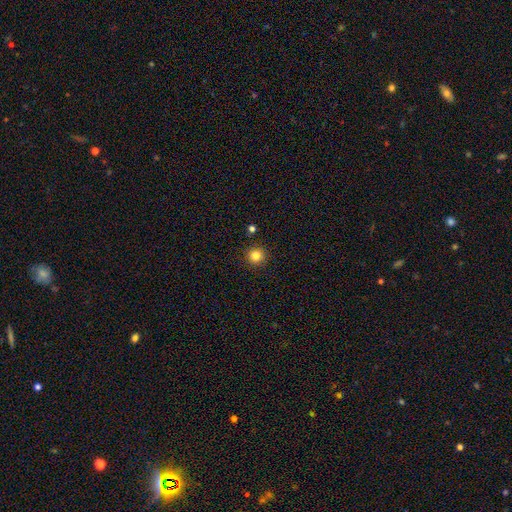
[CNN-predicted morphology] Smooth or featured: smooth — 83% (star or artifact — 12%)
How rounded: round — 95% (in between — 4%)
Merging: none — 91% (minor disturbance — 5%)